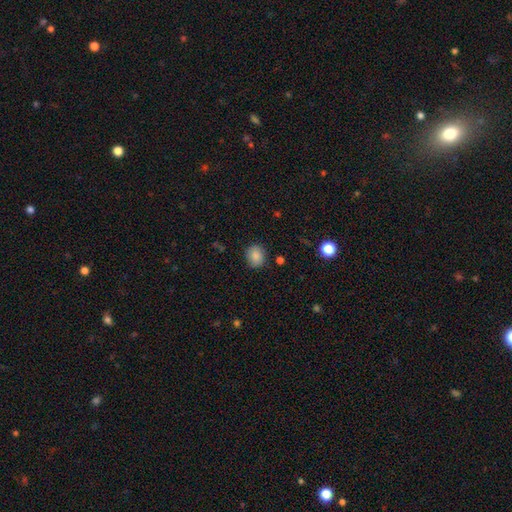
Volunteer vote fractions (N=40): Overall: smooth (90%). How rounded: round (56%; in between 44%). Merging: none (72%).